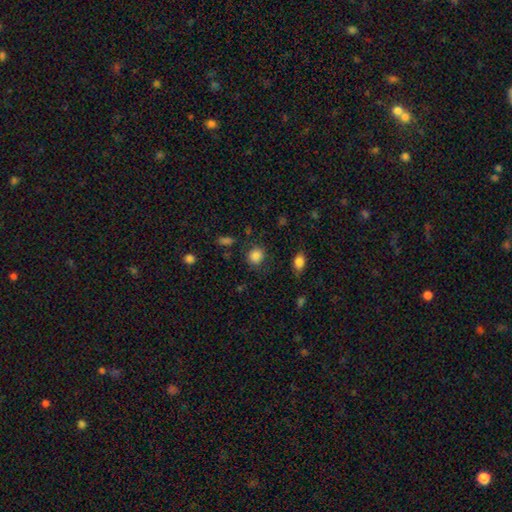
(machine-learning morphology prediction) This is clearly a smooth galaxy (86%). How rounded: likely round (77%). Merging: clearly none (81%).